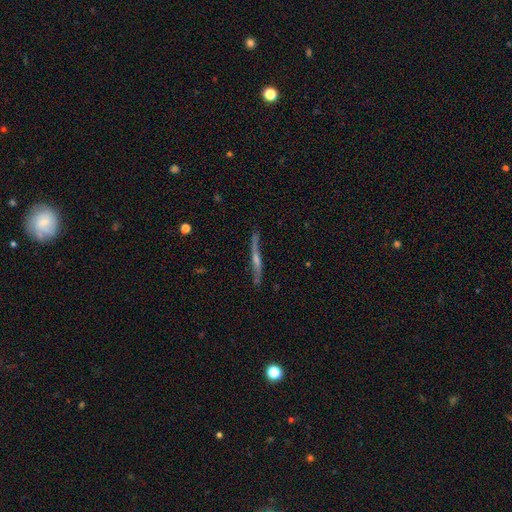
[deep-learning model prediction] Morphology: type=featured or disk (78%); edge-on=yes (89%); edge-on bulge=rounded (73%); merging=none (79%).